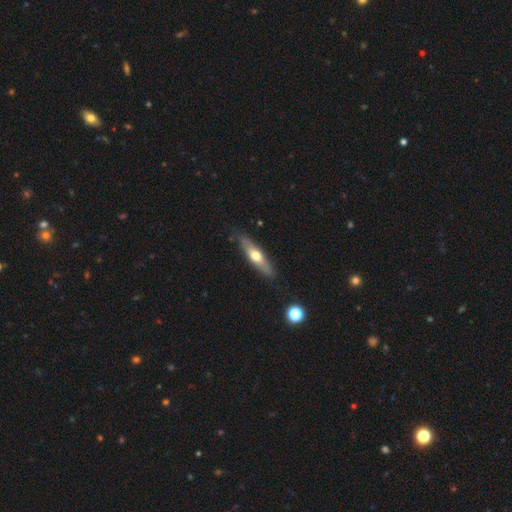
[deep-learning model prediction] Smooth or featured?
  - smooth: 49% *
  - featured or disk: 45%
  - star or artifact: 5%
Merging?
  - none: 84% *
  - minor disturbance: 12%
  - major disturbance: 2%
  - merger: 2%